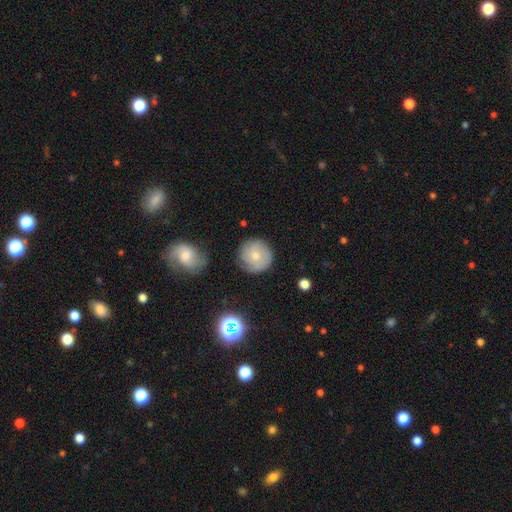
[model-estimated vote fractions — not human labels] Morphology: type=smooth (56%); roundness=round (93%); merging=none (75%).